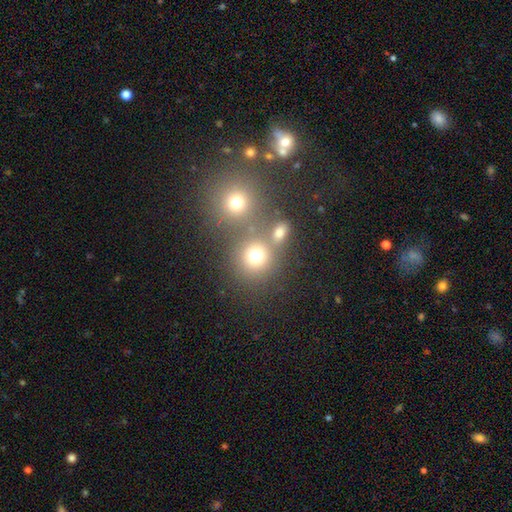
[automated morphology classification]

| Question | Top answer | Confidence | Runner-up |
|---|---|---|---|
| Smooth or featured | smooth | 73% | star or artifact (17%) |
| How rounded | round | 85% | in between (14%) |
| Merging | none | 56% | merger (32%) |